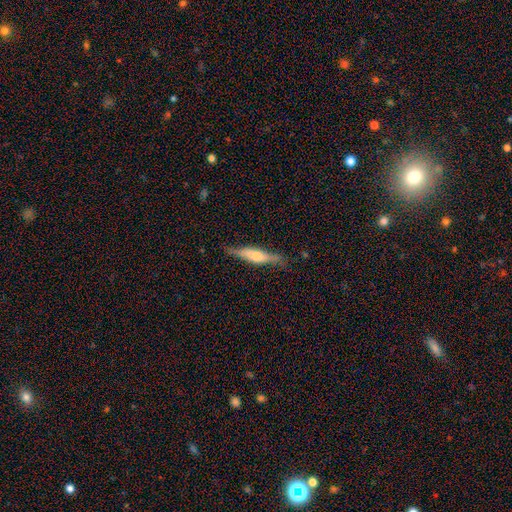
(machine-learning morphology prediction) smooth-or-featured: featured or disk: 53% | smooth: 41% | star or artifact: 6%
  disk-edge-on: yes: 92% | no: 8%
  merging: none: 76% | minor disturbance: 18% | major disturbance: 5% | merger: 2%